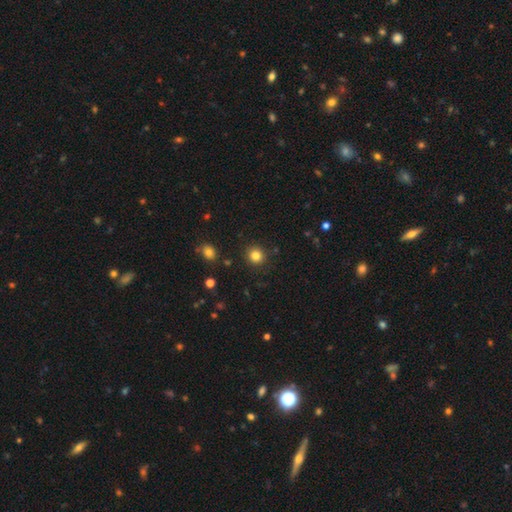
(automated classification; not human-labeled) smooth-or-featured: smooth: 83% | star or artifact: 12% | featured or disk: 5%
  how-rounded: round: 90% | in between: 9% | cigar-shaped: 1%
  merging: none: 90% | minor disturbance: 6% | major disturbance: 2% | merger: 2%